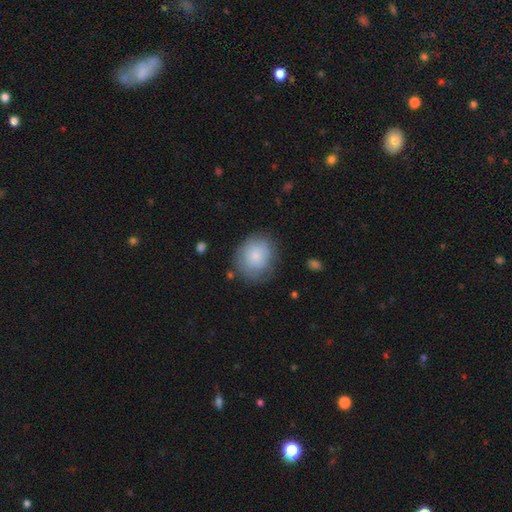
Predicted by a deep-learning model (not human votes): smooth 81%, featured or disk 12%, star or artifact 7%. Down the decision tree: how rounded — round (72%); merging — none (74%).